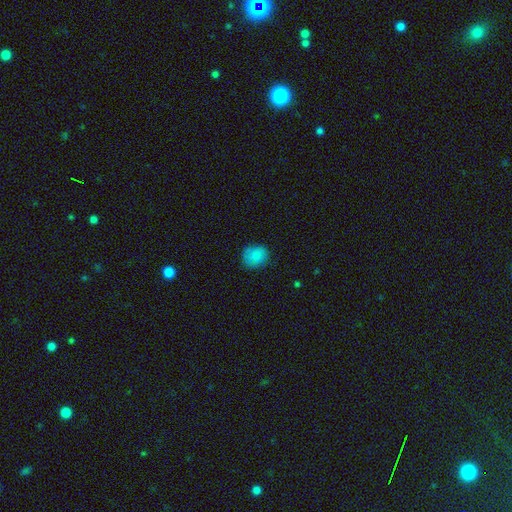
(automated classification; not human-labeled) This appears to be a smooth galaxy with no disk features (85%) that is round (75%). Merging: none (79%).